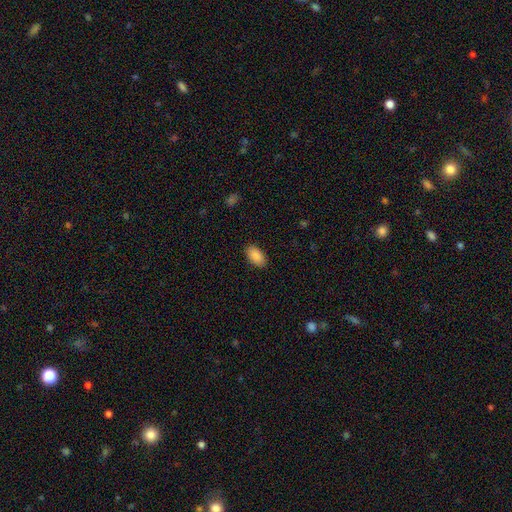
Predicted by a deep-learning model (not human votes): A smooth galaxy with no disk features (89%) that is in between round and cigar-shaped (94%).

Vote fractions:
- Smooth or featured? smooth: 89% / star or artifact: 7% / featured or disk: 4%
- How rounded? in between: 94% / round: 4% / cigar-shaped: 2%
- Merging? none: 89% / minor disturbance: 8% / major disturbance: 2% / merger: 1%